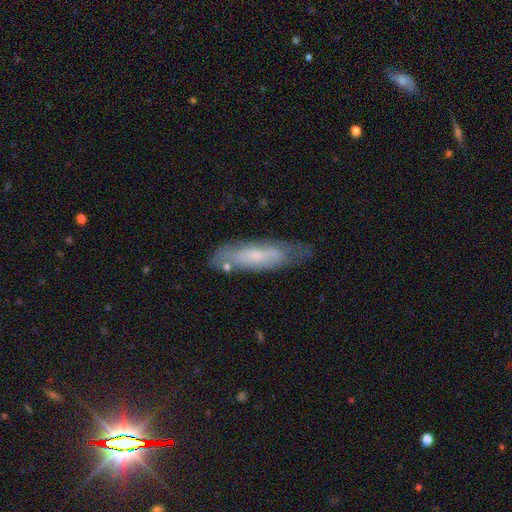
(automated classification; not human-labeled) Morphology: type=featured or disk (48%); merging=none (63%).